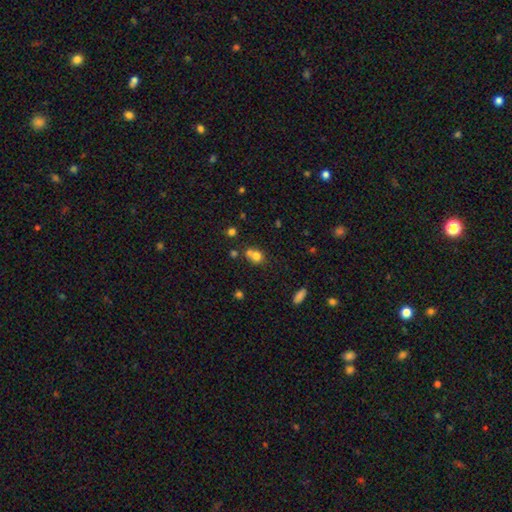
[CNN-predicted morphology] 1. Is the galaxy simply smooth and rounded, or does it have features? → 73% smooth, 14% star or artifact, 13% featured or disk.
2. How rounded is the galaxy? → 74% round, 25% in between, 1% cigar-shaped.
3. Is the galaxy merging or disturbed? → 48% merger, 39% none, 9% minor disturbance, 4% major disturbance.